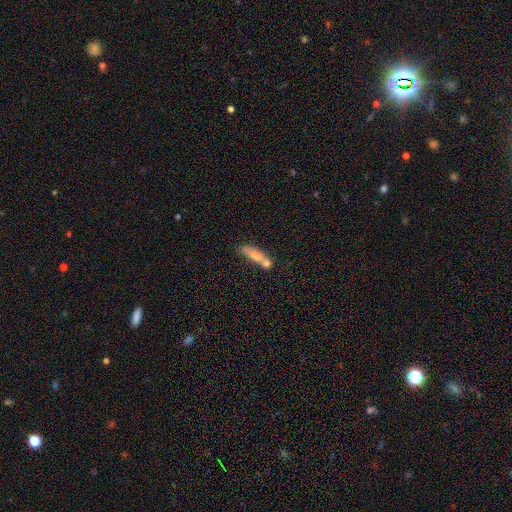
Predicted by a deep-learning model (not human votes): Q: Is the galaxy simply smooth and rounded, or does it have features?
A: smooth — 65%.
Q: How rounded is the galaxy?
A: cigar-shaped — 62%.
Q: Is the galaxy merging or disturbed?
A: merger — 42%.